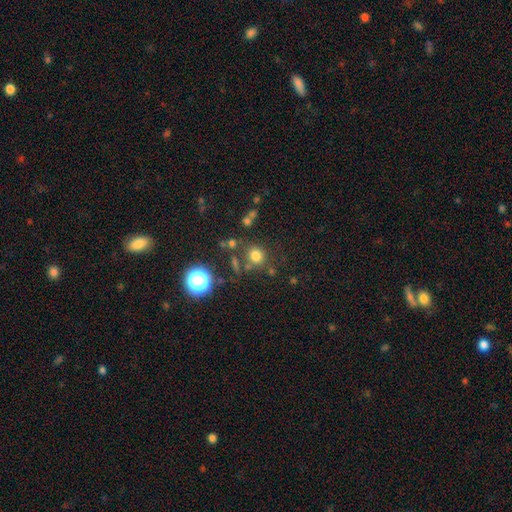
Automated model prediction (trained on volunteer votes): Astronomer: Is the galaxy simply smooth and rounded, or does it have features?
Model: smooth — 73%.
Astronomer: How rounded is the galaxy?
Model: round — 86%.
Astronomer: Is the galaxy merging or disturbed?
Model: none — 75%.